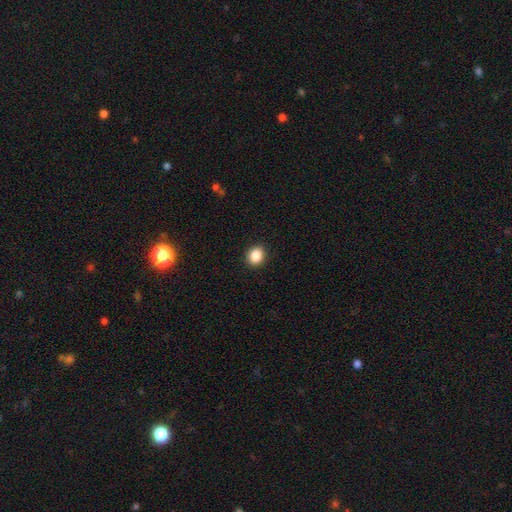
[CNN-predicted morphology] The model was most divided on "how rounded": round: 67%, in between: 32%, cigar-shaped: 1%. More confident: merging — none (91%); smooth or featured — smooth (87%).